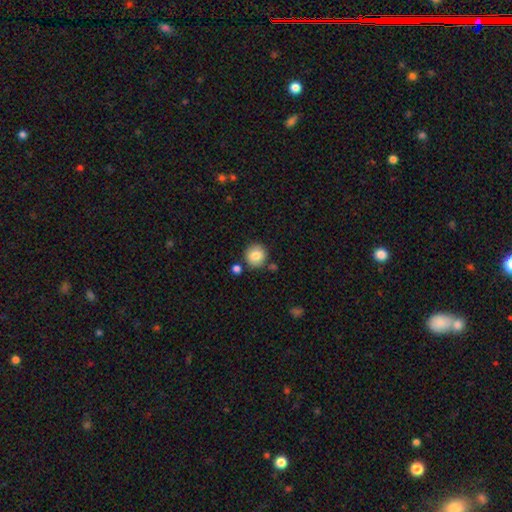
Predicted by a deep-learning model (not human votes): A smooth galaxy with no disk features (82%) that is round (87%). Merging: none (79%).